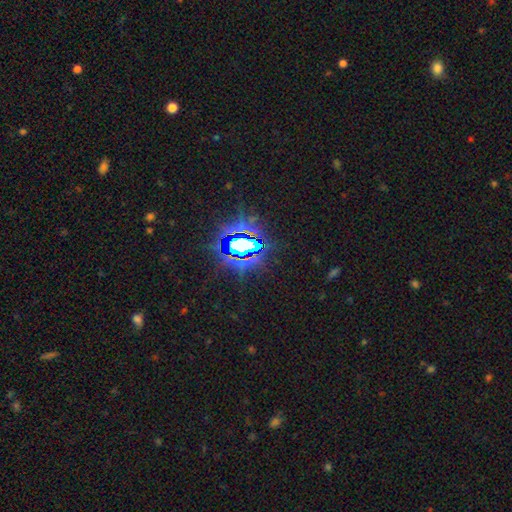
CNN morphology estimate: This appears to be a star or artifact, not a galaxy (83%).